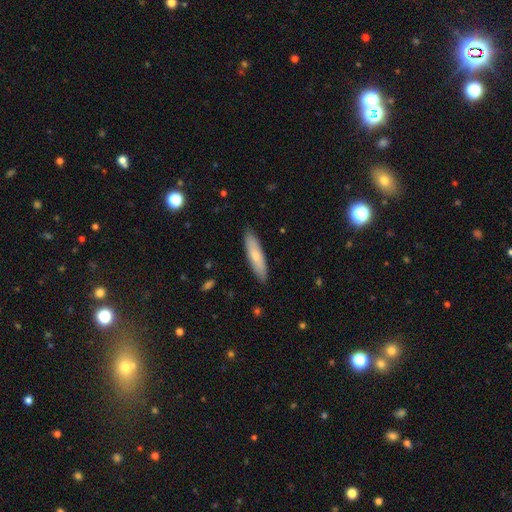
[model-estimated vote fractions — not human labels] A smooth galaxy with no disk features (69%) that is cigar-shaped (75%). Merging: none (88%).